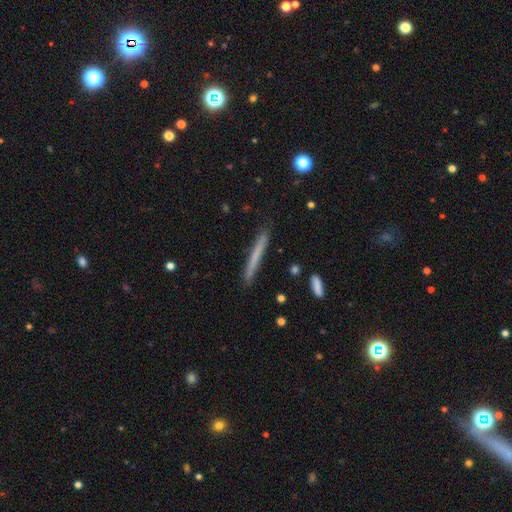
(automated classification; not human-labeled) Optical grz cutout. It shows a smooth galaxy with no disk features (63%) that is cigar-shaped (97%). Merging: none (88%).